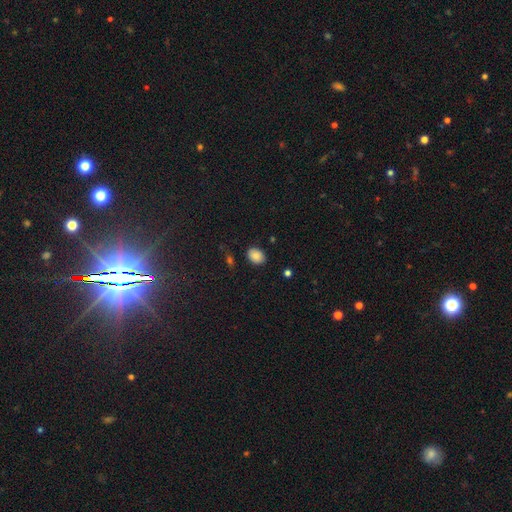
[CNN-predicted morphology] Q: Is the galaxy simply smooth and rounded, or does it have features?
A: smooth — 85%.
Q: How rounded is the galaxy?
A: in between — 68%.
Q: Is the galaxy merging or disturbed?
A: none — 85%.